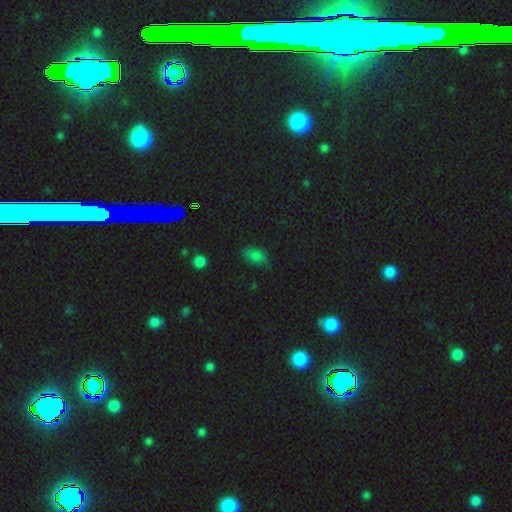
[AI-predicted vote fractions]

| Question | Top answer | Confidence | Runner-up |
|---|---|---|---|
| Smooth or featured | smooth | 73% | star or artifact (20%) |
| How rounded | in between | 87% | round (11%) |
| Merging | none | 73% | minor disturbance (20%) |